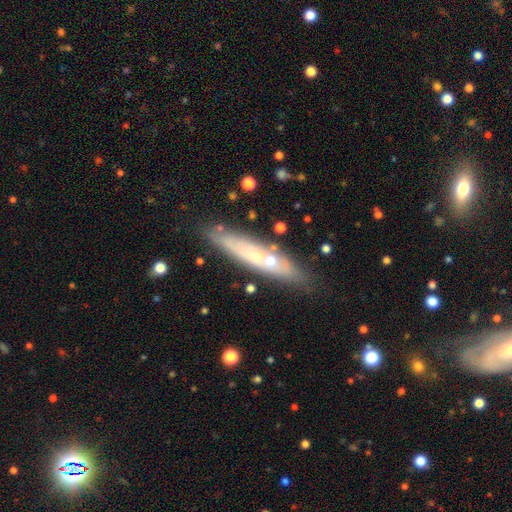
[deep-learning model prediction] smooth_or_featured: featured or disk (p=0.52) [alt: smooth p=0.39]
disk_edge_on: yes (p=0.62) [alt: no p=0.38]
merging: none (p=0.78) [alt: minor disturbance p=0.13]